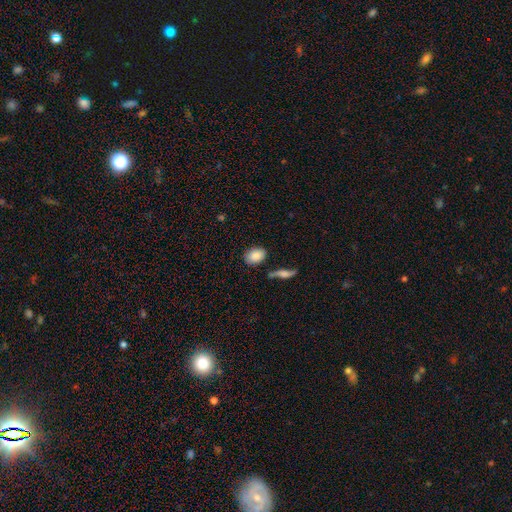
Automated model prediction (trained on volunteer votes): smooth-or-featured: smooth: 86% | featured or disk: 7% | star or artifact: 7%
  how-rounded: in between: 73% | round: 25% | cigar-shaped: 2%
  merging: none: 76% | minor disturbance: 14% | merger: 6% | major disturbance: 4%